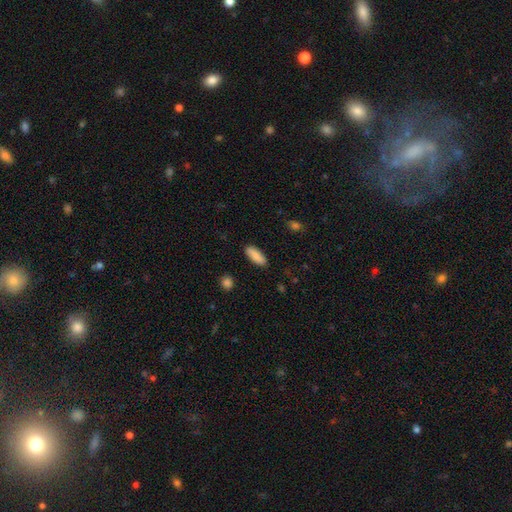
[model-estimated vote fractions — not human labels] Q: Smooth or featured?
A: smooth (87%); runner-up: featured or disk (7%)
Q: How rounded?
A: in between (68%); runner-up: cigar-shaped (30%)
Q: Merging?
A: none (89%); runner-up: minor disturbance (8%)